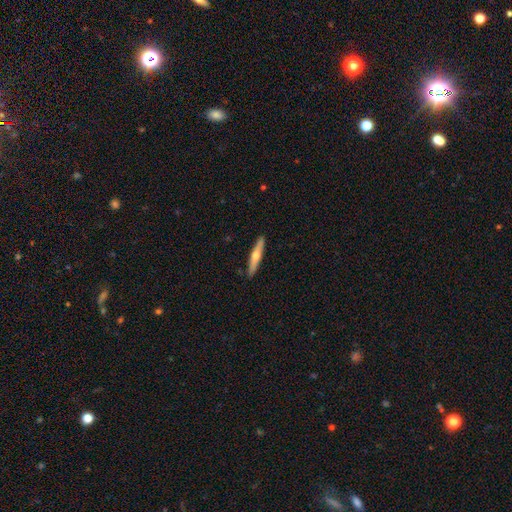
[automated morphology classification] Smooth or featured: featured or disk — 50% (smooth — 44%)
Edge-on disk: yes — 93% (no — 7%)
Merging: none — 91% (minor disturbance — 7%)